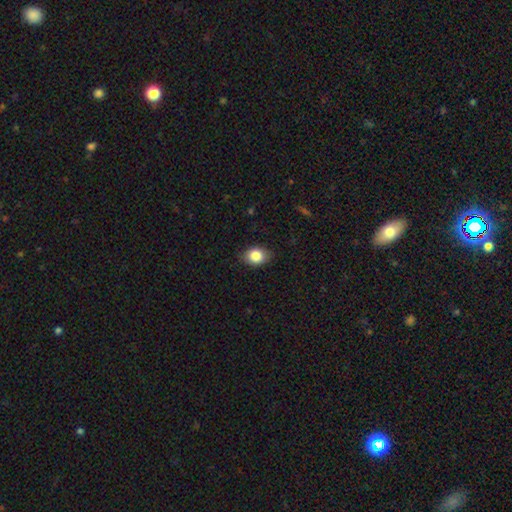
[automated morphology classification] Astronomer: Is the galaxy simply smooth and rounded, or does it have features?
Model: smooth — 84%.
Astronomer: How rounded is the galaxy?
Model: in between — 68%.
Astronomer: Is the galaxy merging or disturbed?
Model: none — 83%.